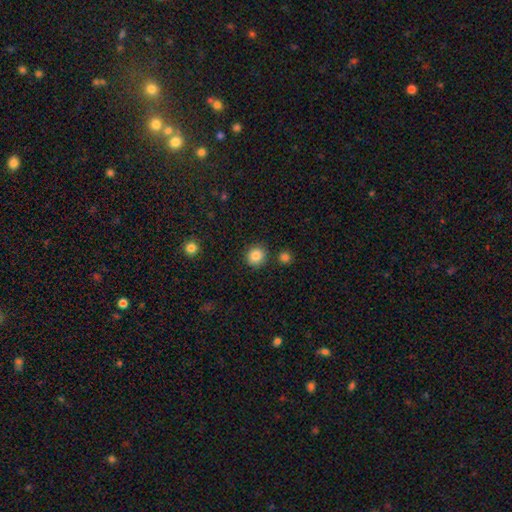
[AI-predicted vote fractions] This appears to be a smooth galaxy with no disk features (86%) that is round (88%). Merging: none (86%).